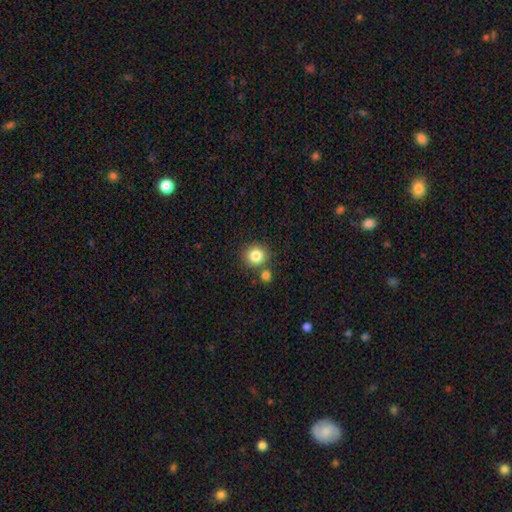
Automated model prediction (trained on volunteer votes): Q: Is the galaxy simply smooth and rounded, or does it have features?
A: smooth — 83%.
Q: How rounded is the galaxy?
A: round — 90%.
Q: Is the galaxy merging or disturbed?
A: none — 74%.